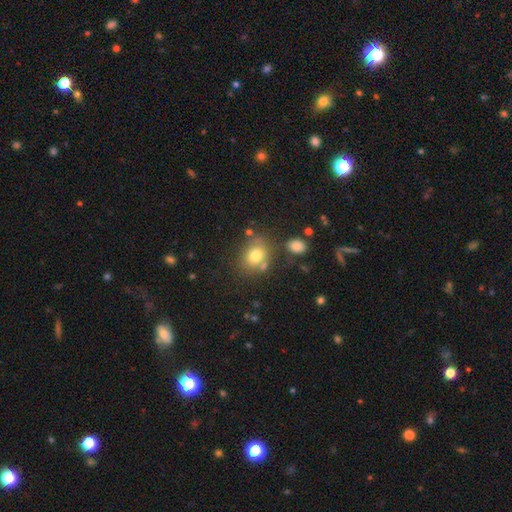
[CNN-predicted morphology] A smooth galaxy with no disk features (76%) that is round (52%). Merging: none (66%).